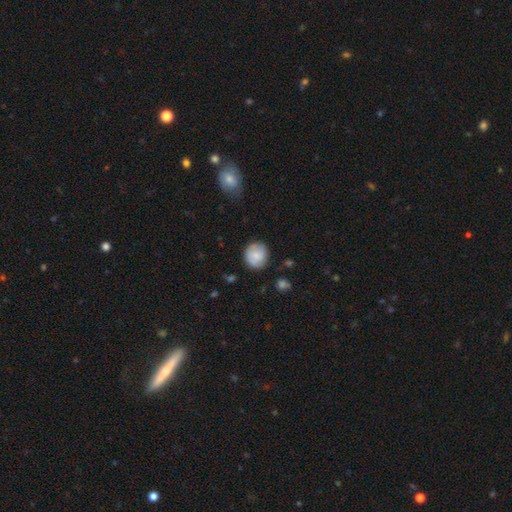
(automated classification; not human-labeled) Smooth or featured? Predicted: smooth (p=0.75). How rounded? Predicted: round (p=0.86). Merging? Predicted: none (p=0.79).